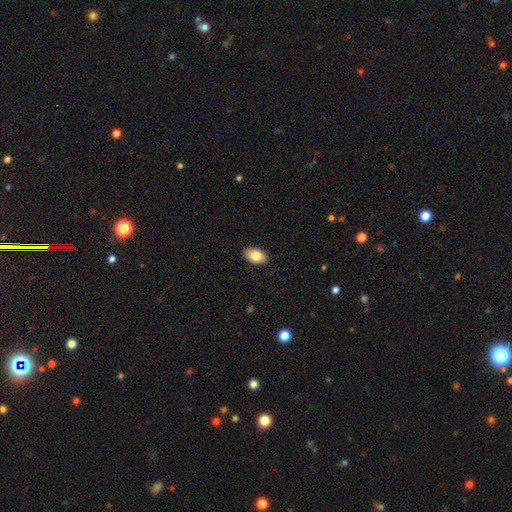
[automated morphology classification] smooth_or_featured: smooth (p=0.85) [alt: featured or disk p=0.08]
how_rounded: in between (p=0.91) [alt: round p=0.07]
merging: none (p=0.89) [alt: minor disturbance p=0.08]